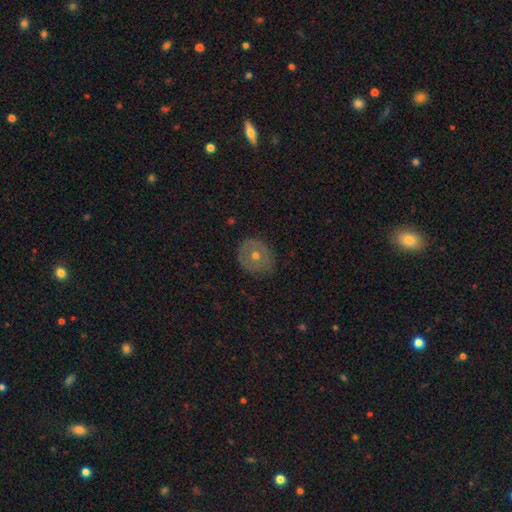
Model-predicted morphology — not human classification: A smooth galaxy with no disk features (48%).

Vote fractions:
- Smooth or featured? smooth: 48% / featured or disk: 42% / star or artifact: 10%
- Merging? none: 84% / minor disturbance: 12% / major disturbance: 3% / merger: 1%